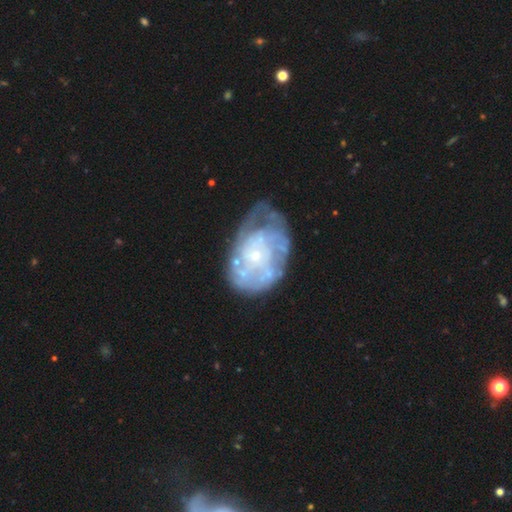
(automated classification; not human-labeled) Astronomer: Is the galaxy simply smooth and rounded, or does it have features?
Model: featured or disk — 74%.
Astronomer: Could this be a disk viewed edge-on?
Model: no — 97%.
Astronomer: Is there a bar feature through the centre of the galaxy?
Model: no — 81%.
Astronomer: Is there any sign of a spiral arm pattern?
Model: yes — 66%.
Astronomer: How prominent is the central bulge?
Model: small — 76%.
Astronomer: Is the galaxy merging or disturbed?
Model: none — 49% (runner-up: minor disturbance, 27%).